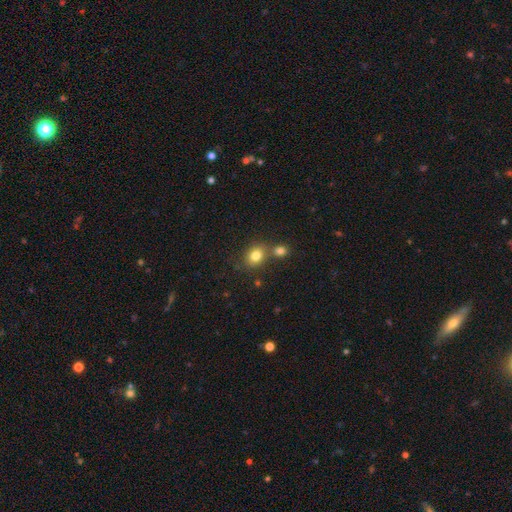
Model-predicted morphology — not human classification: Smooth or featured? Predicted: smooth (p=0.80). How rounded? Predicted: round (p=0.56). Merging? Predicted: none (p=0.58).